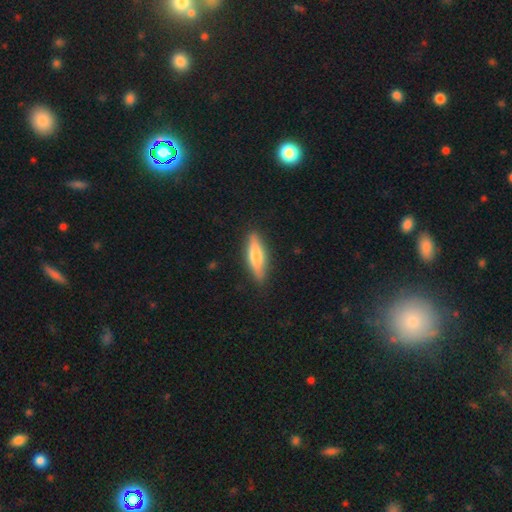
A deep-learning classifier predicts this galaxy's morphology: A smooth galaxy with no disk features (62%) that is cigar-shaped (67%). Merging: none (87%).